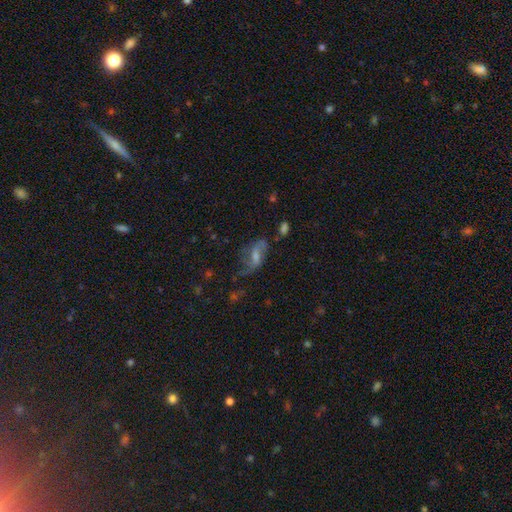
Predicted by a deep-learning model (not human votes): Smooth or featured? featured or disk (59%)
Edge-on disk? no (92%)
Bar? weak (45%)
Spiral arms? yes (80%)
Bulge size? small (40%, tied with moderate)
Merging? none (45%)